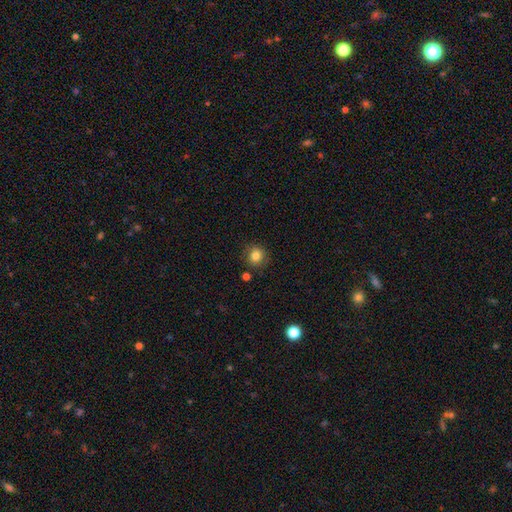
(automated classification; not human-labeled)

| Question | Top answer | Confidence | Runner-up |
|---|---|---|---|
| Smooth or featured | smooth | 83% | star or artifact (11%) |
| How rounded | round | 89% | in between (10%) |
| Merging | none | 83% | minor disturbance (10%) |